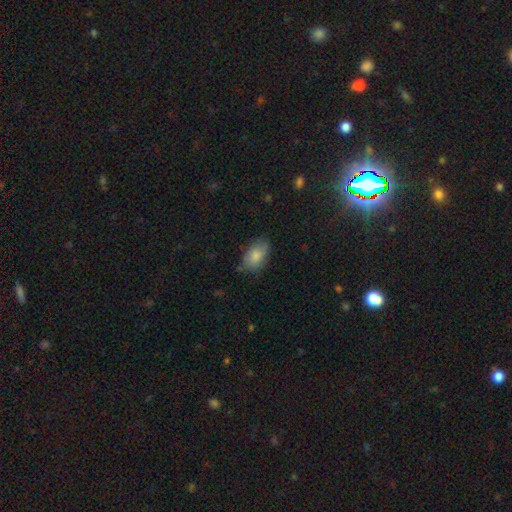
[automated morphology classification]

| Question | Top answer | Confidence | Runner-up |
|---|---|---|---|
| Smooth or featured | smooth | 82% | featured or disk (11%) |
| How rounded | in between | 92% | round (6%) |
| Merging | none | 72% | minor disturbance (22%) |